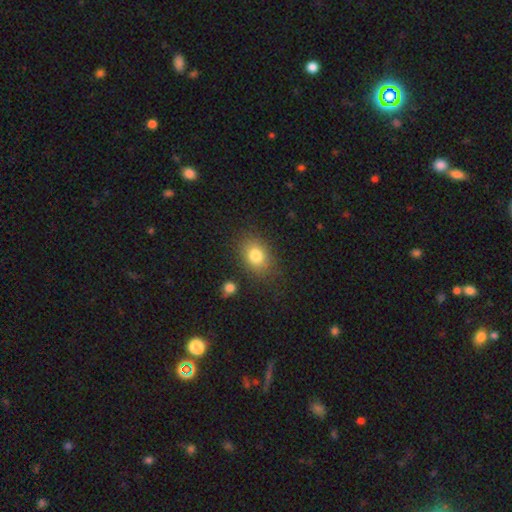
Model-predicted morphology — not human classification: Smooth or featured? Predicted: smooth (p=0.79). How rounded? Predicted: in between (p=0.68). Merging? Predicted: none (p=0.79).